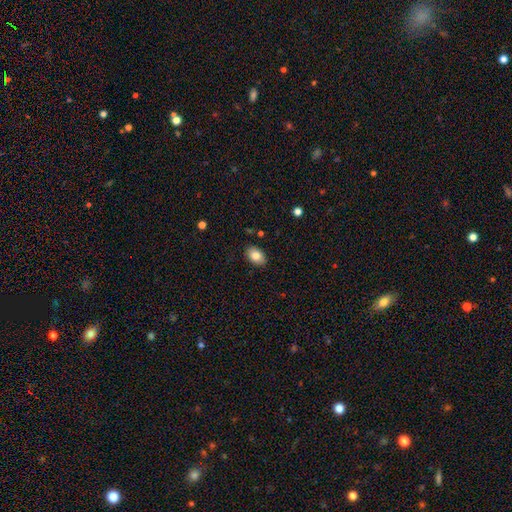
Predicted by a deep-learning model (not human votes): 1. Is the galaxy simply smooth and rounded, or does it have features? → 83% smooth, 10% featured or disk, 8% star or artifact.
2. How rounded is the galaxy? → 86% in between, 13% round, 1% cigar-shaped.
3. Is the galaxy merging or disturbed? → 88% none, 9% minor disturbance, 2% major disturbance, 1% merger.